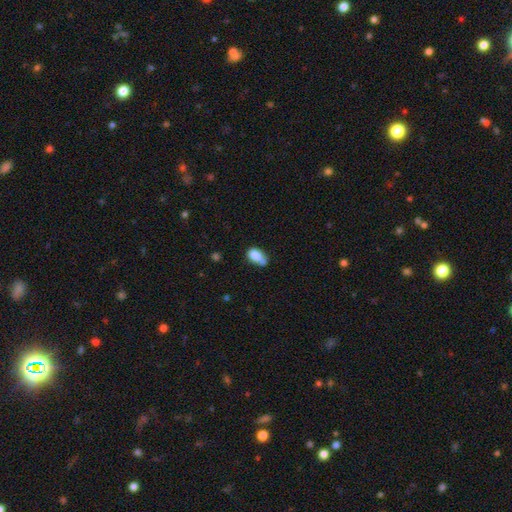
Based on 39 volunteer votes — Smooth or featured? 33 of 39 (85%) said smooth. How rounded? 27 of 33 (82%) said in between. Merging? 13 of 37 (35%) said none.